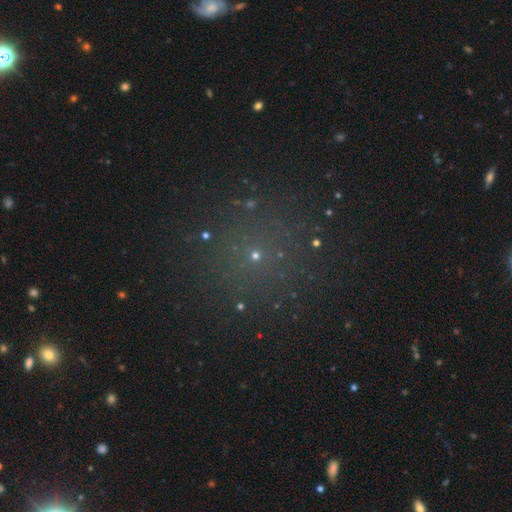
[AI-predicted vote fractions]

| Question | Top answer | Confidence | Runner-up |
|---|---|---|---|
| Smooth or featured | smooth | 45% | star or artifact (42%) |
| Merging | none | 85% | minor disturbance (9%) |